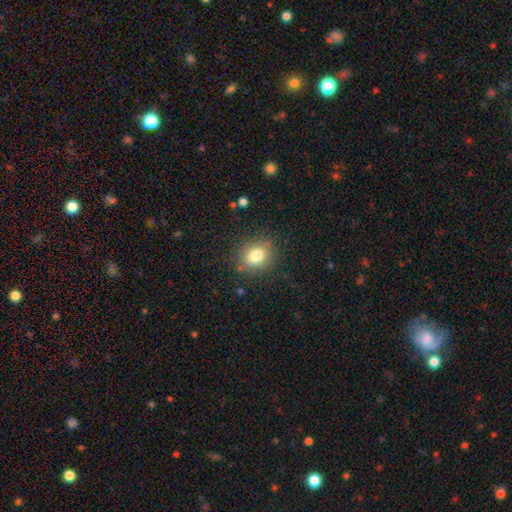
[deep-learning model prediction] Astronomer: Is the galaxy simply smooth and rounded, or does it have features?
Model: smooth — 79%.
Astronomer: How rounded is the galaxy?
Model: round — 70%.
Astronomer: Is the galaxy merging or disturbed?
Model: none — 86%.